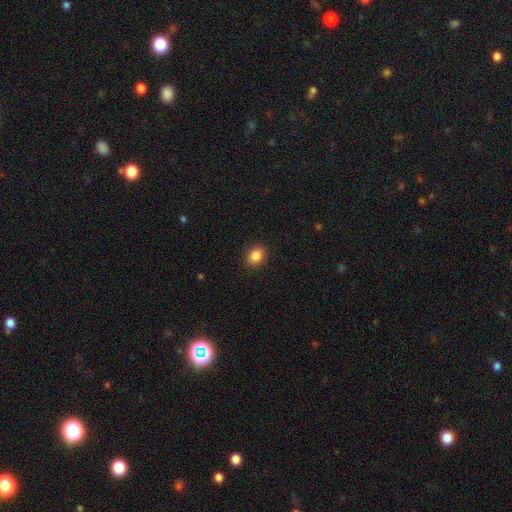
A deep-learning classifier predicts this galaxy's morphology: type=smooth (87%); roundness=in between (61%); merging=none (90%).